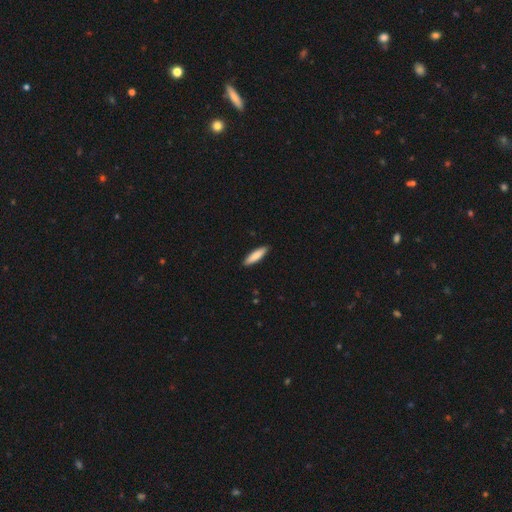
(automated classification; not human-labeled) This appears to be a smooth galaxy with no disk features (85%) that is cigar-shaped (69%). Merging: none (90%).